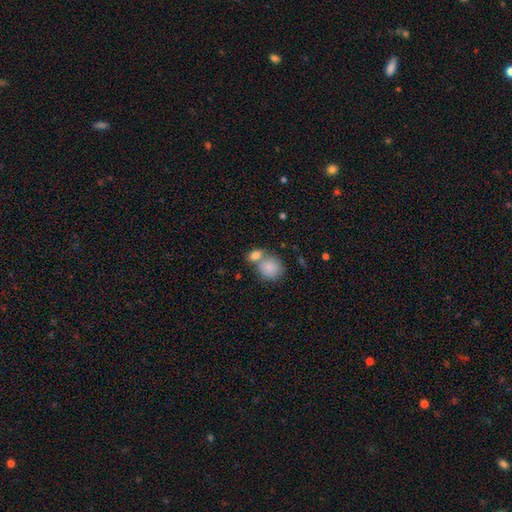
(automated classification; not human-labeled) Morphology: type=smooth (62%); roundness=round (84%); merging=none (61%).